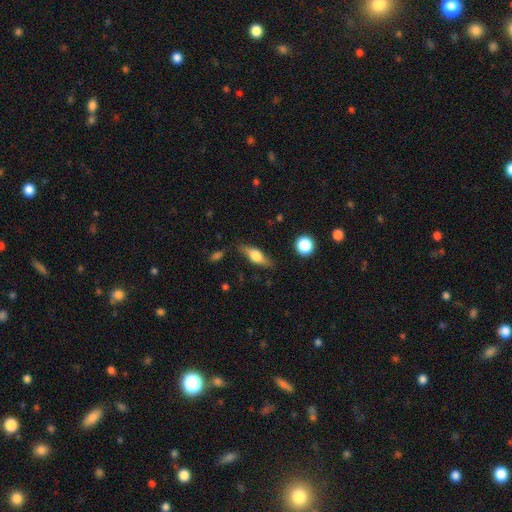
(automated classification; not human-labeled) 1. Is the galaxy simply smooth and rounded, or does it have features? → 51% smooth, 42% featured or disk, 7% star or artifact.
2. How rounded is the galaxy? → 60% in between, 35% cigar-shaped, 5% round.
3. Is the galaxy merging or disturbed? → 78% none, 16% minor disturbance, 4% major disturbance, 2% merger.